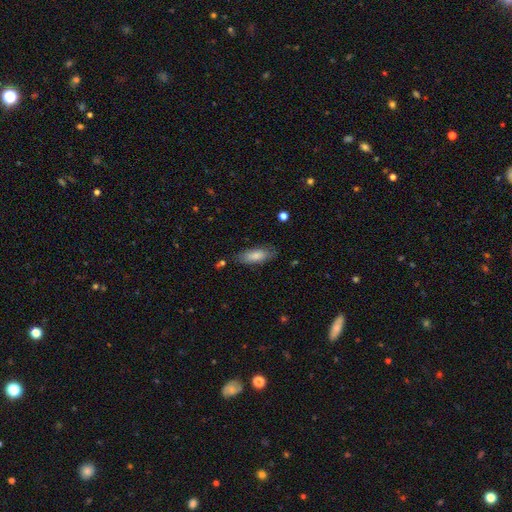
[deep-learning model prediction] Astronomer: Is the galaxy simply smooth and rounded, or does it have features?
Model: smooth — 79%.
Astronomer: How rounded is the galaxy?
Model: in between — 76%.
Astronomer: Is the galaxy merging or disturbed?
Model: none — 75%.